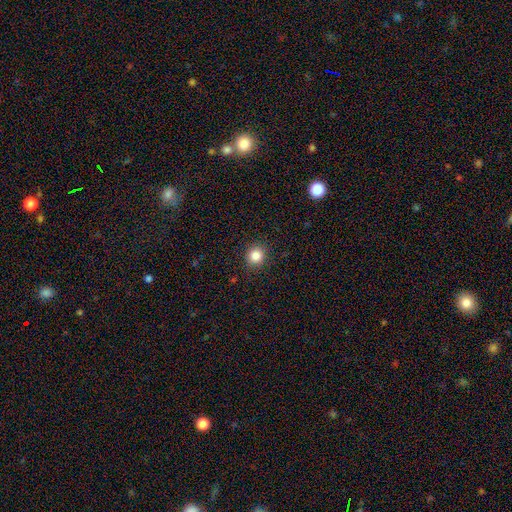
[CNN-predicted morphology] smooth-or-featured: smooth: 84% | star or artifact: 11% | featured or disk: 5%
  how-rounded: round: 88% | in between: 11% | cigar-shaped: 1%
  merging: none: 90% | minor disturbance: 7% | major disturbance: 2% | merger: 1%